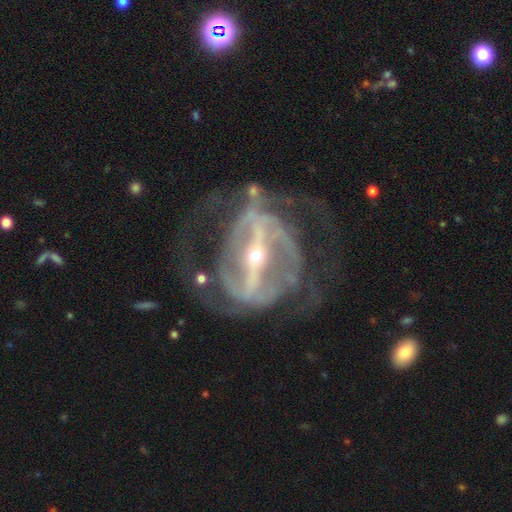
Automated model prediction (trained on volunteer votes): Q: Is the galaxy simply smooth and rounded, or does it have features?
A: featured or disk — 91%.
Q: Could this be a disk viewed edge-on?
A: no — 94%.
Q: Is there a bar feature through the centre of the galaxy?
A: strong — 82%.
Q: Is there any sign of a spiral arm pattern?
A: yes — 90%.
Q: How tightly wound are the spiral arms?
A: medium — 45%.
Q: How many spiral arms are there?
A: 2 — 53%.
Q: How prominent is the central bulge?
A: small — 78%.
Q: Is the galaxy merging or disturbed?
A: none — 55%.